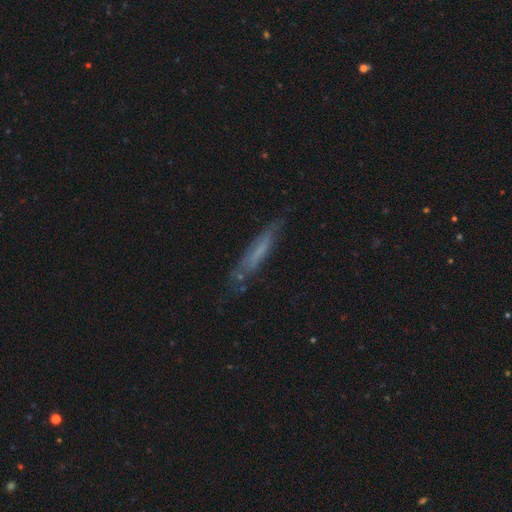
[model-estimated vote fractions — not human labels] Smooth or featured? featured or disk (46%)
Merging? none (73%)